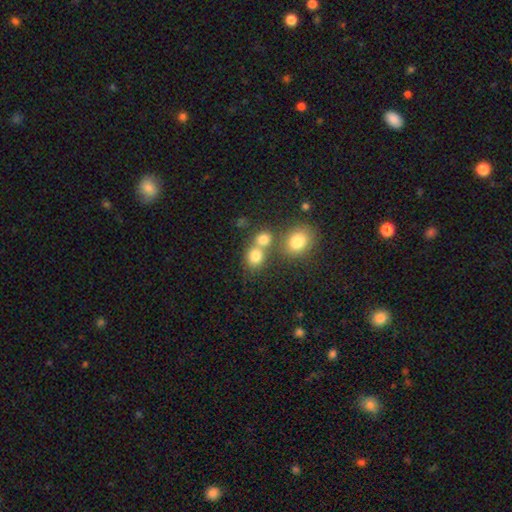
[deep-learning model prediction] Q: Smooth or featured?
A: smooth (78%); runner-up: star or artifact (13%)
Q: How rounded?
A: round (72%); runner-up: in between (26%)
Q: Merging?
A: none (48%); runner-up: merger (40%)